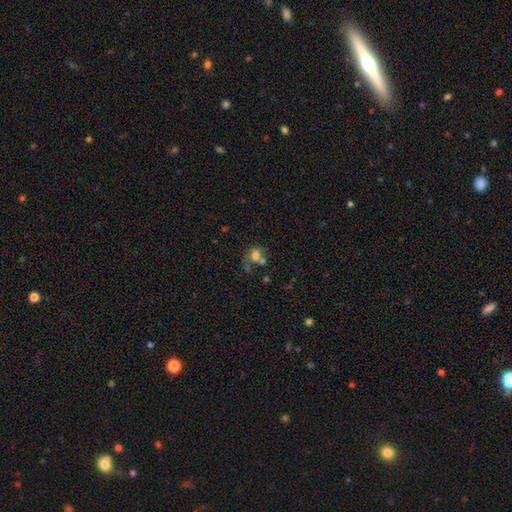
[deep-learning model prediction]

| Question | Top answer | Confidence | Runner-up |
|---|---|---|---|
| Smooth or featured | smooth | 65% | featured or disk (22%) |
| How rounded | round | 50% | in between (49%) |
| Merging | merger | 41% | none (31%) |